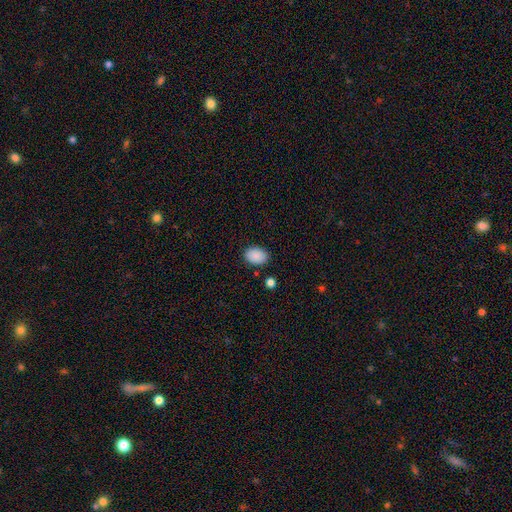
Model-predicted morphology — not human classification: smooth 90%, star or artifact 7%, featured or disk 3%. Down the decision tree: how rounded — in between (81%); merging — none (85%).